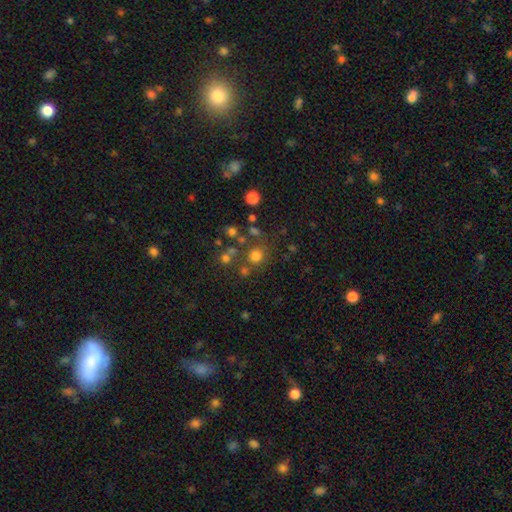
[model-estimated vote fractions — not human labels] Overall: smooth (73%). How rounded: round (87%). Merging: none (72%).